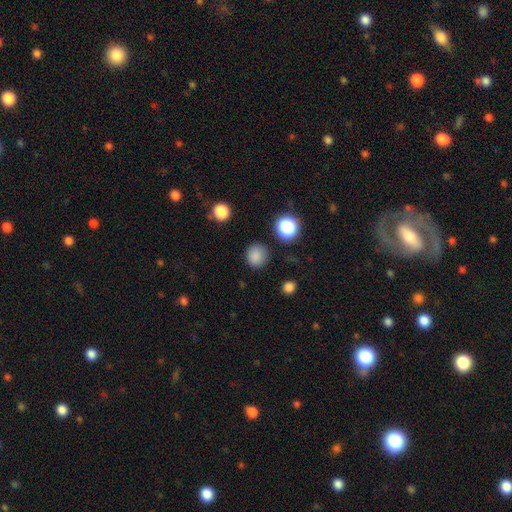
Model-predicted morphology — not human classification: Smooth or featured?
  - smooth: 83% *
  - star or artifact: 13%
  - featured or disk: 4%
How rounded?
  - round: 89% *
  - in between: 10%
  - cigar-shaped: 1%
Merging?
  - none: 86% *
  - minor disturbance: 9%
  - major disturbance: 3%
  - merger: 2%